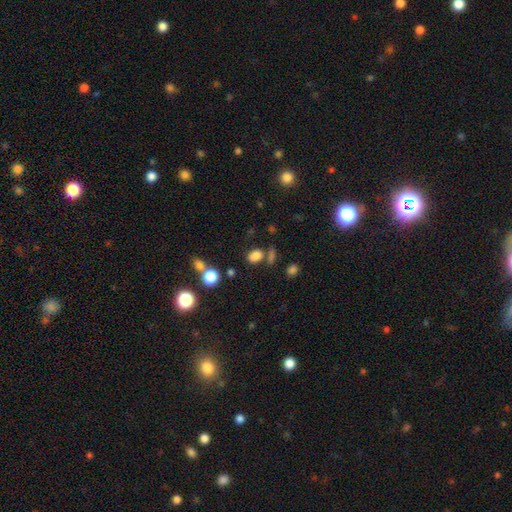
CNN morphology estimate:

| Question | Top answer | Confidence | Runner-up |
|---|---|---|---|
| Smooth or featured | smooth | 79% | star or artifact (15%) |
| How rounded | in between | 74% | round (24%) |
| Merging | none | 64% | merger (16%) |